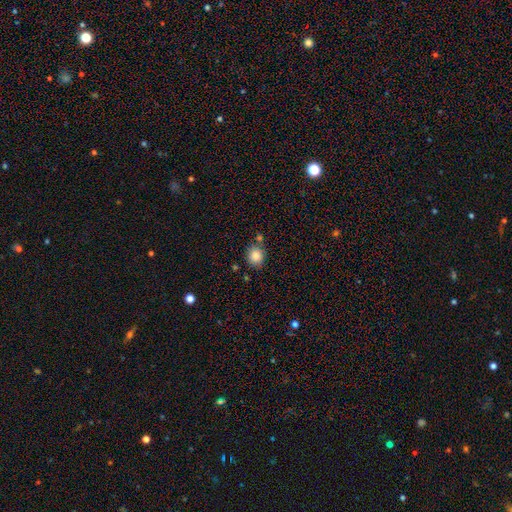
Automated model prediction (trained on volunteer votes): smooth_or_featured: smooth (p=0.86) [alt: star or artifact p=0.09]
how_rounded: round (p=0.74) [alt: in between p=0.25]
merging: none (p=0.73) [alt: minor disturbance p=0.13]